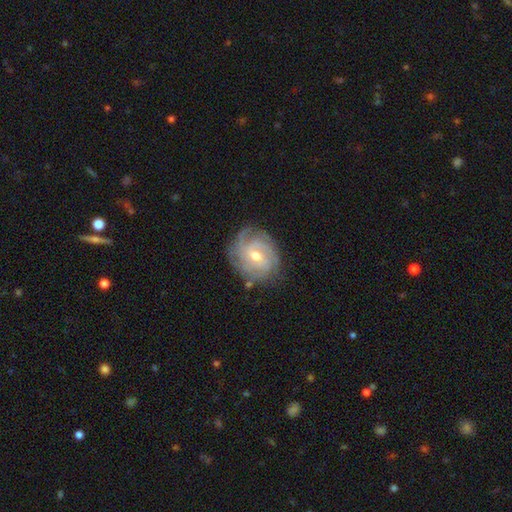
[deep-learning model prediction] Q: Smooth or featured?
A: featured or disk (83%); runner-up: smooth (12%)
Q: Edge-on disk?
A: no (97%); runner-up: yes (3%)
Q: Bar?
A: weak (47%); runner-up: no (42%)
Q: Spiral arms?
A: yes (94%); runner-up: no (6%)
Q: Spiral winding?
A: tight (69%); runner-up: medium (24%)
Q: Spiral arm count?
A: can't tell (32%); runner-up: 3 (25%)
Q: Bulge size?
A: moderate (58%); runner-up: small (39%)
Q: Merging?
A: none (73%); runner-up: minor disturbance (18%)